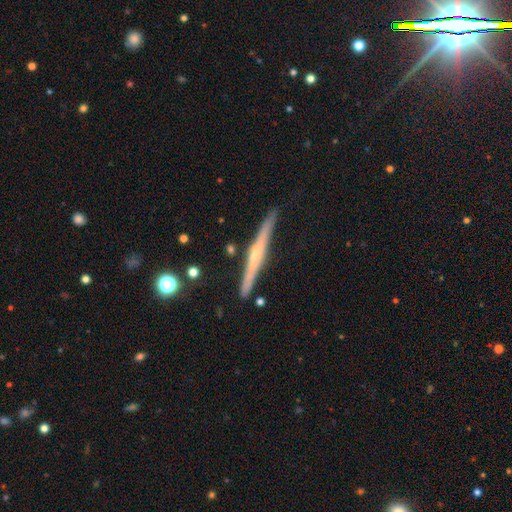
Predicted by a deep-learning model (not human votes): The model was most divided on "edge-on bulge": rounded: 59%, none: 34%, boxy: 7%. More confident: edge-on disk — yes (98%); merging — none (87%); smooth or featured — featured or disk (71%).